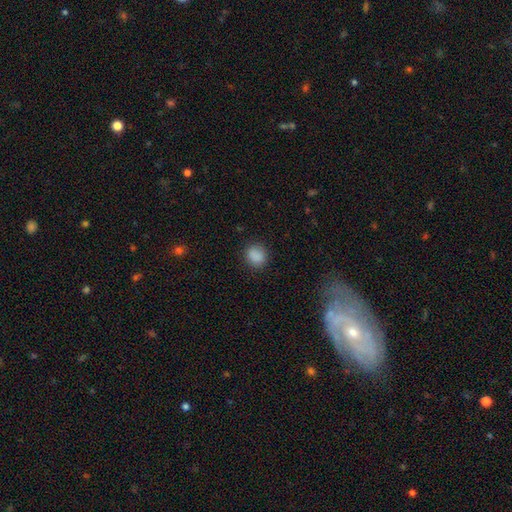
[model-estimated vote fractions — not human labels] A smooth galaxy with no disk features (87%) that is round (77%). Merging: none (86%).